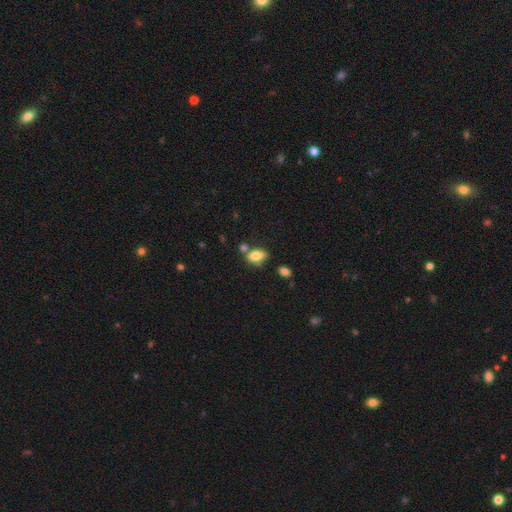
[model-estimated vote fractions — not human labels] Smooth or featured: smooth — 77% (featured or disk — 14%)
How rounded: in between — 86% (round — 10%)
Merging: none — 53% (merger — 23%)